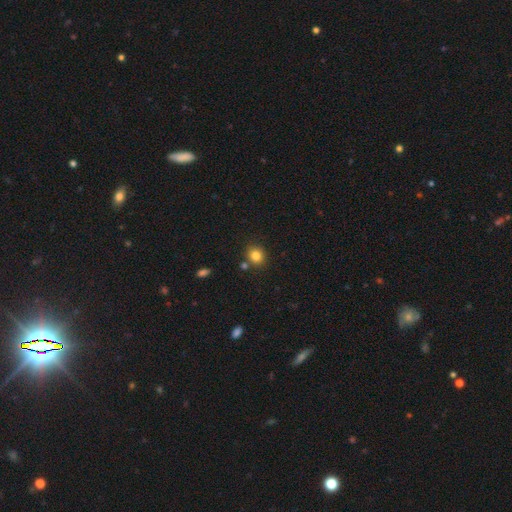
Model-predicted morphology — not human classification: smooth_or_featured: smooth (p=0.83) [alt: star or artifact p=0.11]
how_rounded: round (p=0.80) [alt: in between p=0.19]
merging: none (p=0.80) [alt: minor disturbance p=0.09]